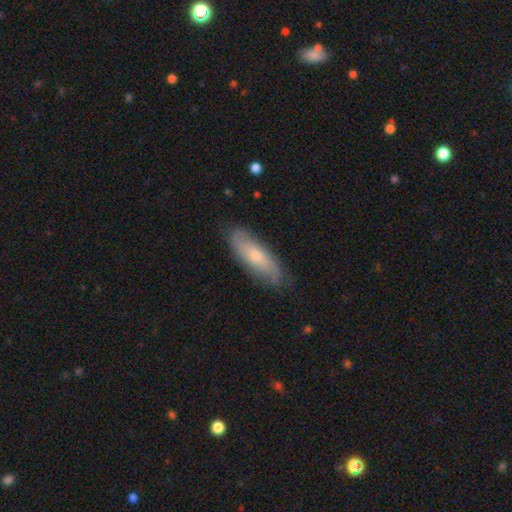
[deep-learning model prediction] Smooth or featured? Predicted: smooth (p=0.57). How rounded? Predicted: in between (p=0.58). Merging? Predicted: none (p=0.80).